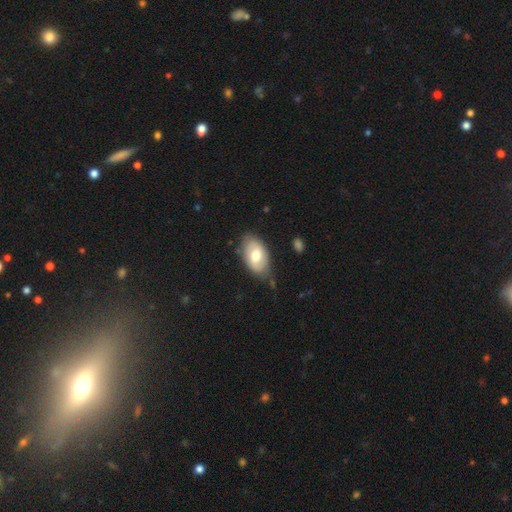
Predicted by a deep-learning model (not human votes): Smooth or featured: smooth — 67% (featured or disk — 28%)
How rounded: in between — 94% (round — 5%)
Merging: none — 70% (minor disturbance — 23%)